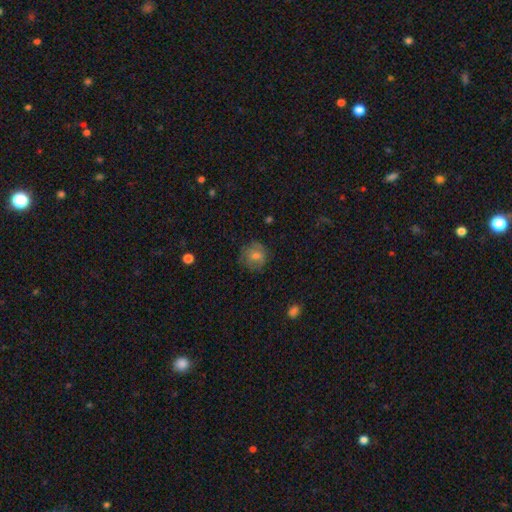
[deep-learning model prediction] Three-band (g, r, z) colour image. It shows a smooth galaxy with no disk features (59%) that is round (85%). Merging: none (75%).